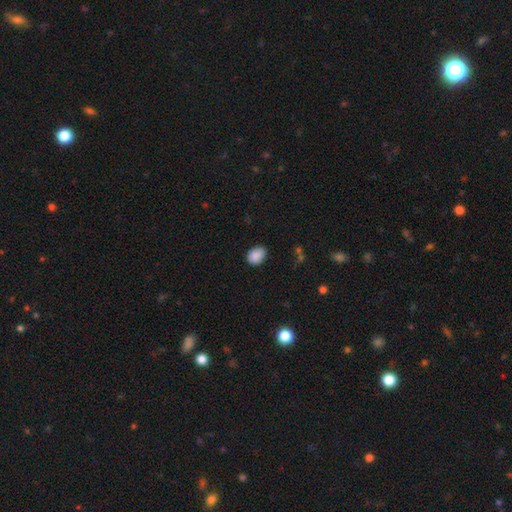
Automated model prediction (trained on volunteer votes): smooth_or_featured: smooth (p=0.88) [alt: star or artifact p=0.08]
how_rounded: in between (p=0.68) [alt: round p=0.31]
merging: none (p=0.78) [alt: minor disturbance p=0.17]